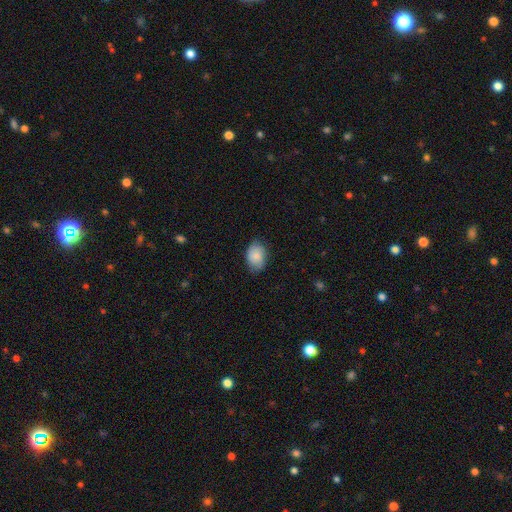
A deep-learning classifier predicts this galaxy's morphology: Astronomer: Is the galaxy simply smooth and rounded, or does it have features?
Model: smooth — 81%.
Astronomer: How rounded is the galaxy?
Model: in between — 81%.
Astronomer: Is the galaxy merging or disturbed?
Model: none — 79%.